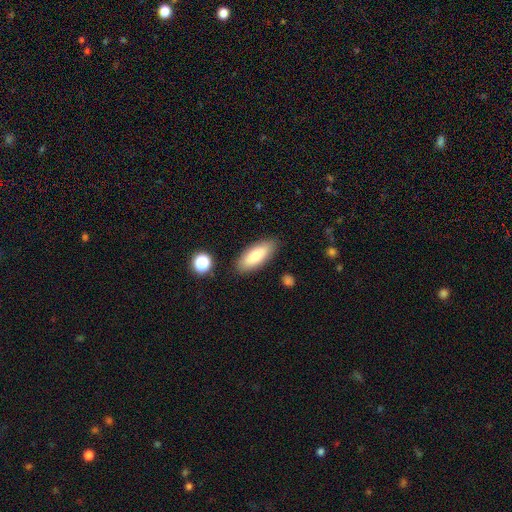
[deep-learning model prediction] Smooth or featured? Predicted: smooth (p=0.79). How rounded? Predicted: in between (p=0.76). Merging? Predicted: none (p=0.85).